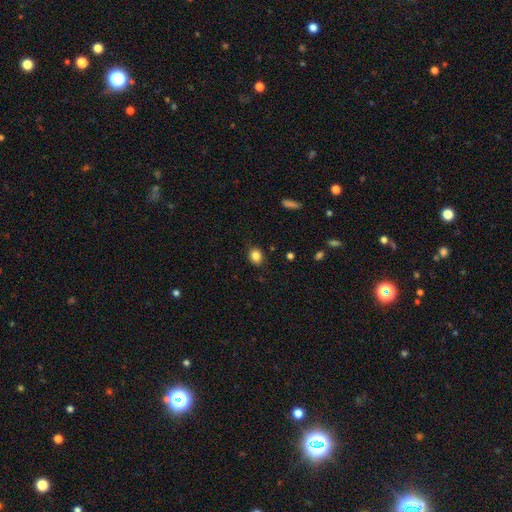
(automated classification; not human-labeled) The model was most divided on "how rounded": round: 55%, in between: 44%, cigar-shaped: 1%. More confident: merging — none (86%); smooth or featured — smooth (84%).